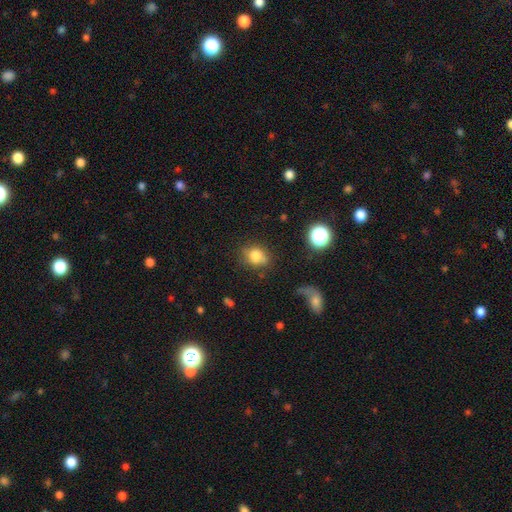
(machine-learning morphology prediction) smooth-or-featured: smooth: 76% | star or artifact: 13% | featured or disk: 12%
  how-rounded: round: 54% | in between: 44% | cigar-shaped: 1%
  merging: none: 66% | minor disturbance: 23% | major disturbance: 7% | merger: 4%